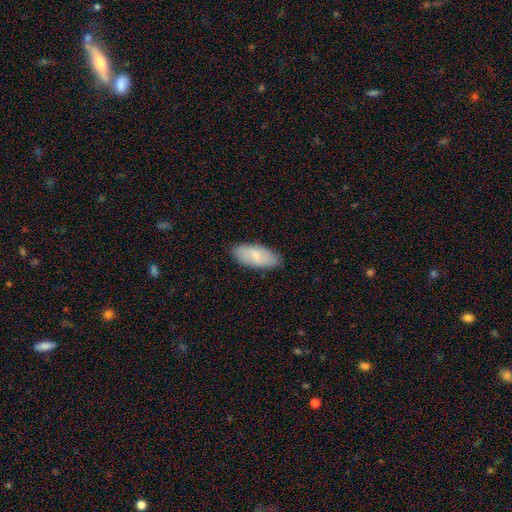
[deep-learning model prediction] Q: Smooth or featured?
A: smooth (76%); runner-up: featured or disk (18%)
Q: How rounded?
A: in between (87%); runner-up: cigar-shaped (11%)
Q: Merging?
A: none (84%); runner-up: minor disturbance (13%)